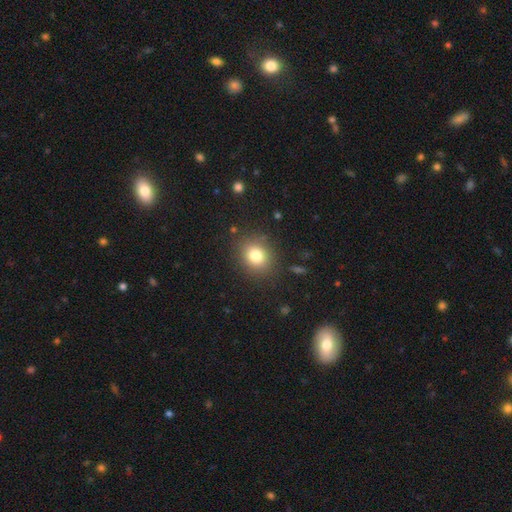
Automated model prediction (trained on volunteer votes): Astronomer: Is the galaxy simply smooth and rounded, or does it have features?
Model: smooth — 80%.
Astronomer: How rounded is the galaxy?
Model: round — 70%.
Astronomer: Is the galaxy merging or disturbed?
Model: none — 86%.